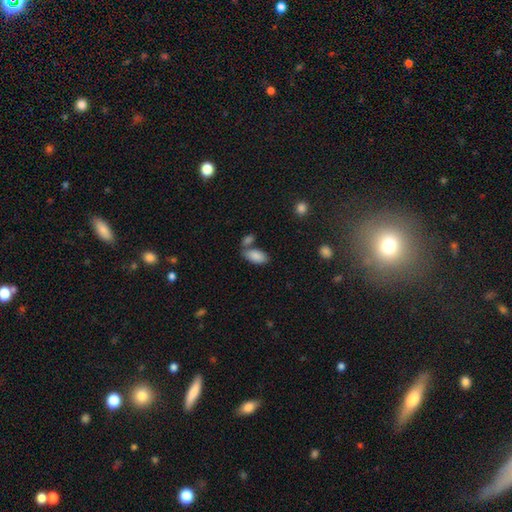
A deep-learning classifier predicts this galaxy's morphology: Overall: smooth (87%). How rounded: in between (94%). Merging: none (55%; merger 28%).